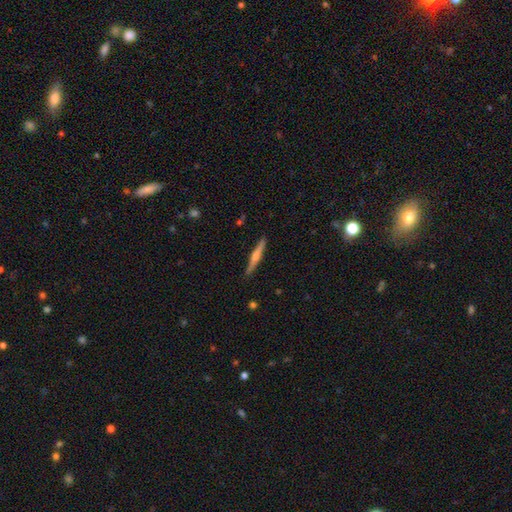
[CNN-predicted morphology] Smooth or featured?
  - featured or disk: 69% *
  - smooth: 25%
  - star or artifact: 6%
Edge-on disk?
  - yes: 98% *
  - no: 2%
Edge-on bulge?
  - rounded: 85% *
  - boxy: 8%
  - none: 7%
Merging?
  - none: 91% *
  - minor disturbance: 6%
  - major disturbance: 1%
  - merger: 1%